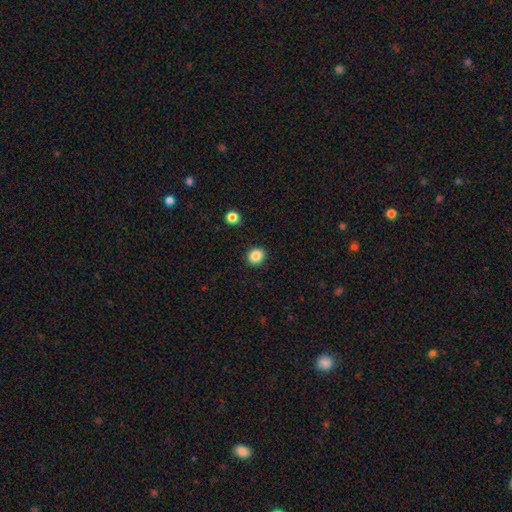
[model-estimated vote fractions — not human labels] Q: Smooth or featured?
A: smooth (86%); runner-up: star or artifact (10%)
Q: How rounded?
A: round (80%); runner-up: in between (19%)
Q: Merging?
A: none (90%); runner-up: minor disturbance (6%)